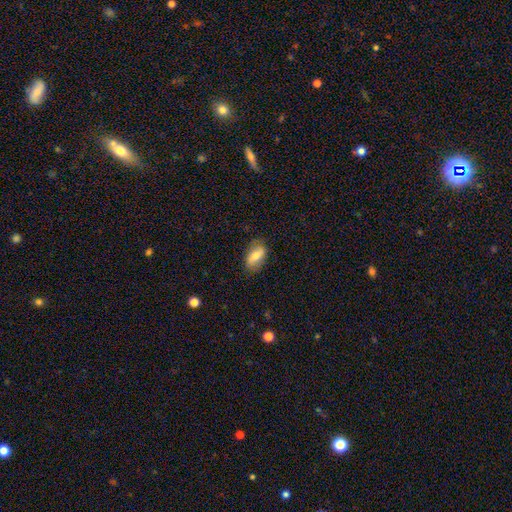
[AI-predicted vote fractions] This is likely a smooth galaxy (64%). How rounded: clearly in between (90%). Merging: likely none (76%).